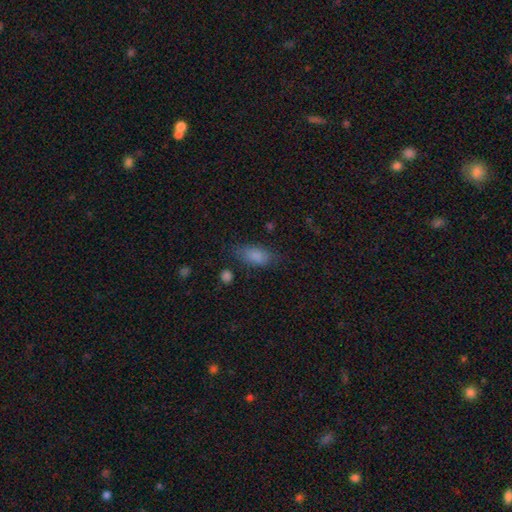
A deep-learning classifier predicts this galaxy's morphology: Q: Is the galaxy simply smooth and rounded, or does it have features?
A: smooth — 83%.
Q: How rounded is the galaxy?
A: in between — 86%.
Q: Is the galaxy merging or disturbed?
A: none — 71%.